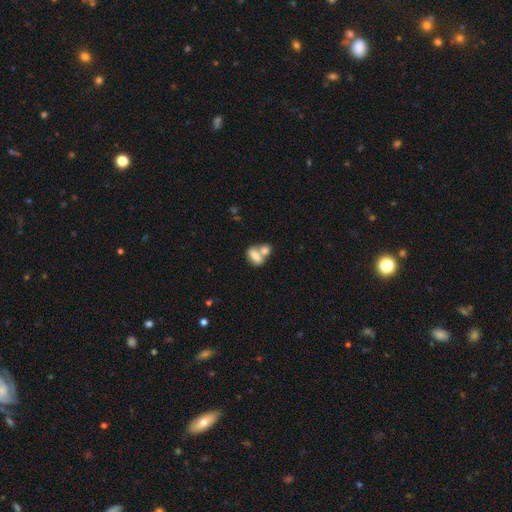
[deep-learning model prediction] This appears to be a smooth galaxy with no disk features (72%) that is in between round and cigar-shaped (81%). Merging: merger (59%).